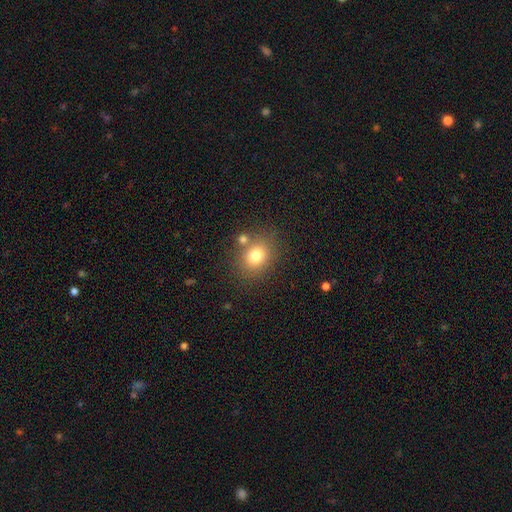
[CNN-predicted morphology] Smooth or featured? smooth (77%)
How rounded? round (58%)
Merging? none (71%)